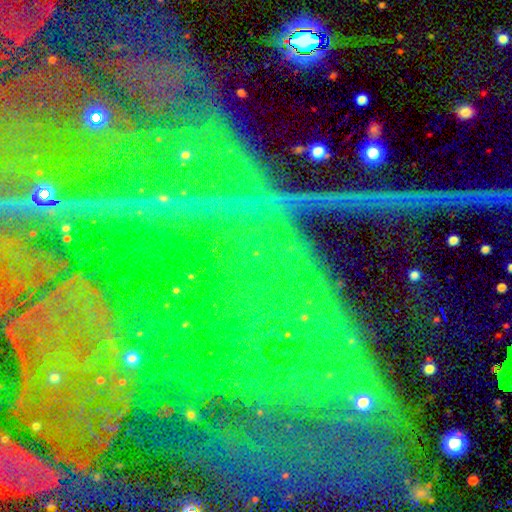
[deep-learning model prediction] Q: Smooth or featured?
A: star or artifact (85%); runner-up: featured or disk (9%)